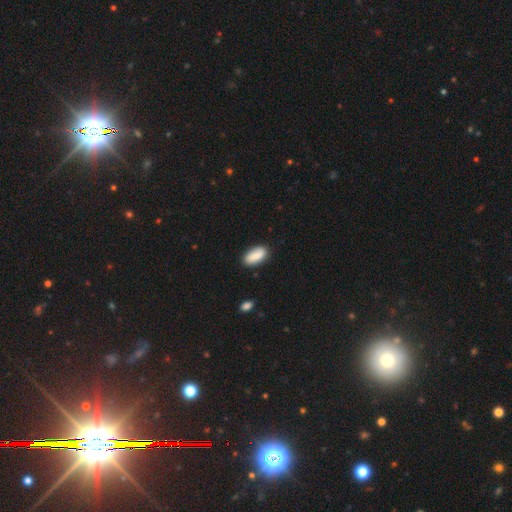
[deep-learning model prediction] A smooth galaxy with no disk features (86%) that is in between round and cigar-shaped (88%).

Vote fractions:
- Smooth or featured? smooth: 86% / featured or disk: 8% / star or artifact: 6%
- How rounded? in between: 88% / cigar-shaped: 10% / round: 2%
- Merging? none: 85% / minor disturbance: 11% / major disturbance: 2% / merger: 2%